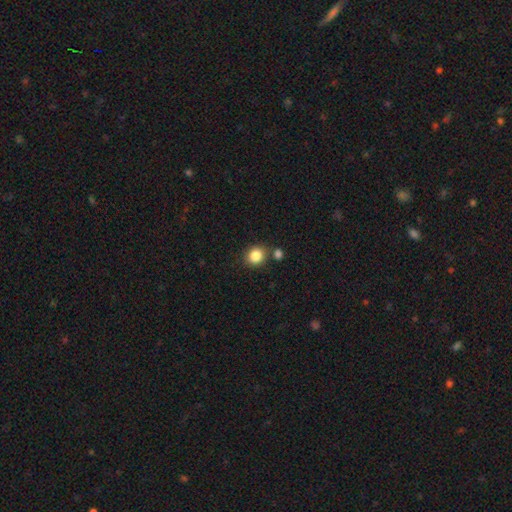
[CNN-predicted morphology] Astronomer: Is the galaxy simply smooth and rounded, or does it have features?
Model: smooth — 85%.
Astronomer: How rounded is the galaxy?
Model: round — 82%.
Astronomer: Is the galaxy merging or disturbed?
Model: none — 75%.